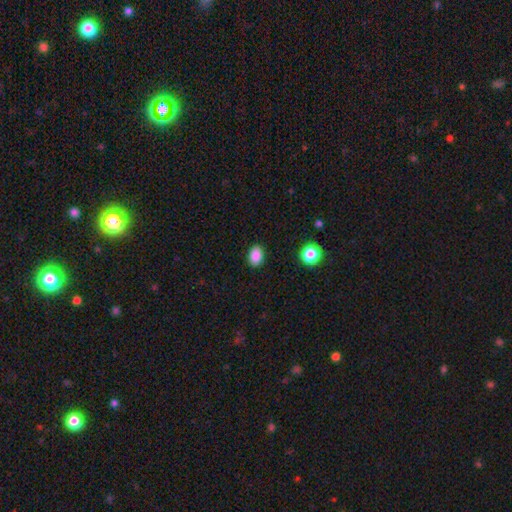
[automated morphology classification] smooth-or-featured: smooth: 87% | star or artifact: 10% | featured or disk: 3%
  how-rounded: in between: 80% | round: 19% | cigar-shaped: 1%
  merging: none: 88% | minor disturbance: 9% | major disturbance: 2% | merger: 1%